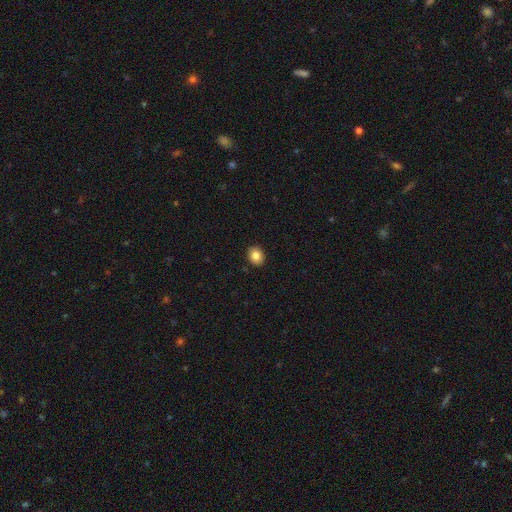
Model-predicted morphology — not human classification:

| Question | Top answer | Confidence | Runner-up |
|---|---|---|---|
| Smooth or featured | smooth | 85% | star or artifact (9%) |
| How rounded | round | 52% | in between (47%) |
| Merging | none | 91% | minor disturbance (6%) |